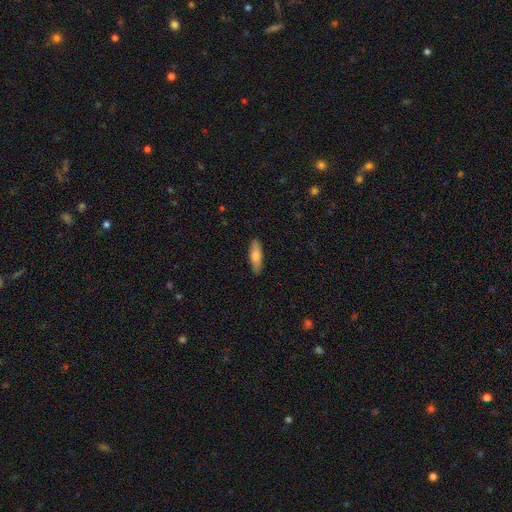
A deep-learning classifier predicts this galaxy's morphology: A smooth galaxy with no disk features (79%) that is in between round and cigar-shaped (55%). Merging: none (87%).